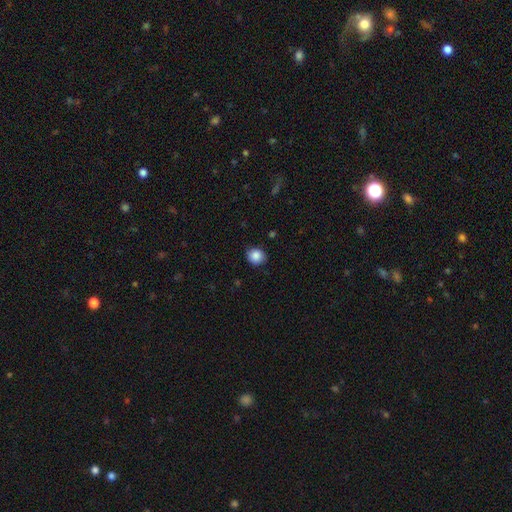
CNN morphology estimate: Smooth or featured?
  - smooth: 87% *
  - star or artifact: 9%
  - featured or disk: 4%
How rounded?
  - round: 84% *
  - in between: 15%
  - cigar-shaped: 1%
Merging?
  - none: 83% *
  - minor disturbance: 14%
  - major disturbance: 2%
  - merger: 1%